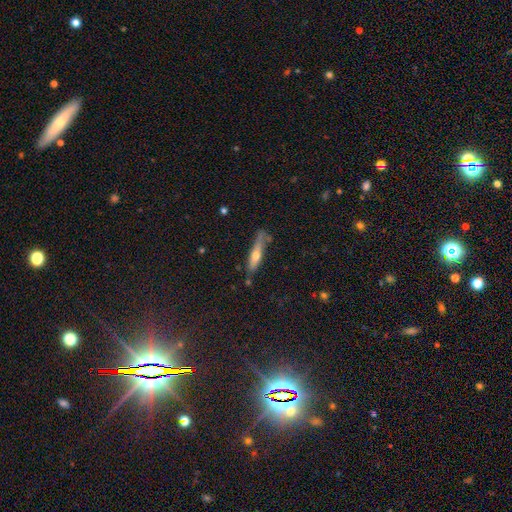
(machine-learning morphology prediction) Smooth or featured? Predicted: smooth (p=0.52). How rounded? Predicted: cigar-shaped (p=0.82). Merging? Predicted: none (p=0.65).